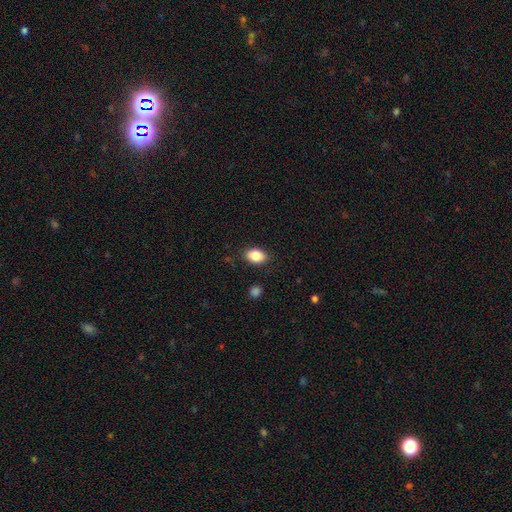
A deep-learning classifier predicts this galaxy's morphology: Smooth or featured? Predicted: smooth (p=0.86). How rounded? Predicted: in between (p=0.83). Merging? Predicted: none (p=0.85).